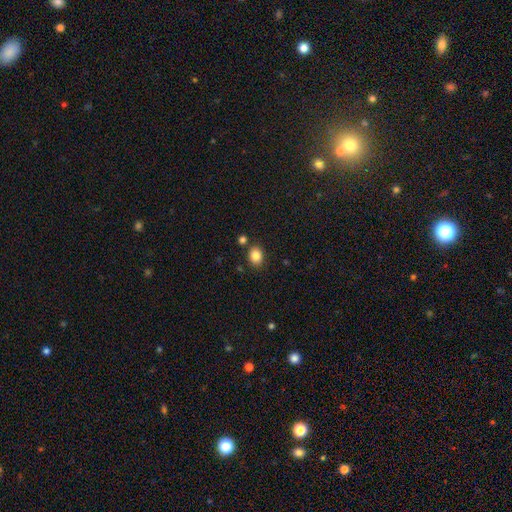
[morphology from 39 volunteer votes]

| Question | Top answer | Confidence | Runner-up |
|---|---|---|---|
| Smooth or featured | smooth | 87% | star or artifact (10%) |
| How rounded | in between | 56% | round (44%) |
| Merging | none | 89% | minor disturbance (6%) |